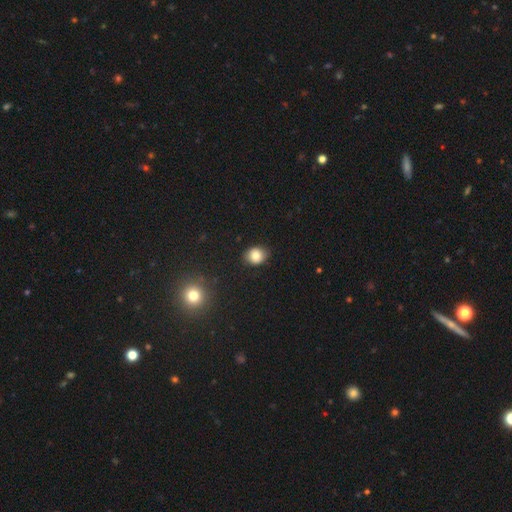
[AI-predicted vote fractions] smooth 82%, star or artifact 10%, featured or disk 7%. Down the decision tree: how rounded — round (62%); merging — none (83%).